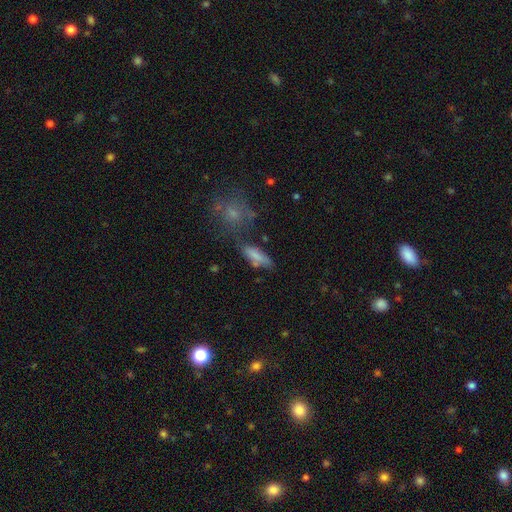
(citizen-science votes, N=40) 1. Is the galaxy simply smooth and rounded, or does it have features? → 72% smooth, 15% featured or disk, 12% star or artifact.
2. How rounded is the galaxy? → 55% in between, 45% cigar-shaped, 0% round.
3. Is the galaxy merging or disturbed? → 51% none, 26% merger, 11% minor disturbance, 11% major disturbance.